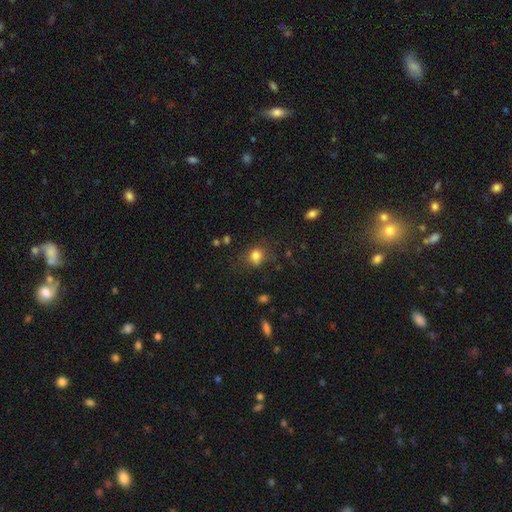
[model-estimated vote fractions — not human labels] The model was most divided on "how rounded": round: 63%, in between: 36%, cigar-shaped: 1%. More confident: smooth or featured — smooth (79%); merging — none (66%).